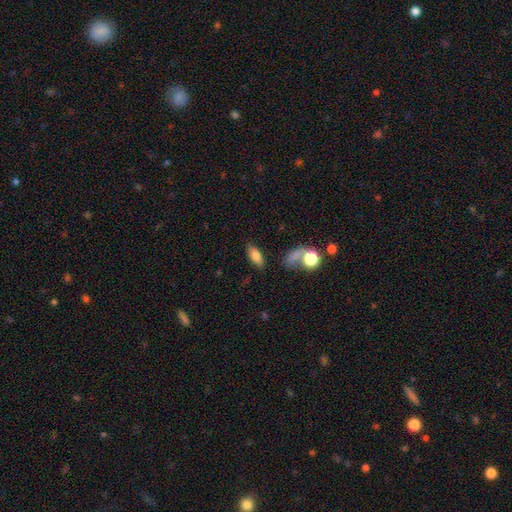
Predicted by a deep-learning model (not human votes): Smooth or featured?
  - smooth: 74% *
  - featured or disk: 17%
  - star or artifact: 9%
How rounded?
  - in between: 79% *
  - cigar-shaped: 16%
  - round: 5%
Merging?
  - none: 74% *
  - minor disturbance: 13%
  - merger: 8%
  - major disturbance: 5%